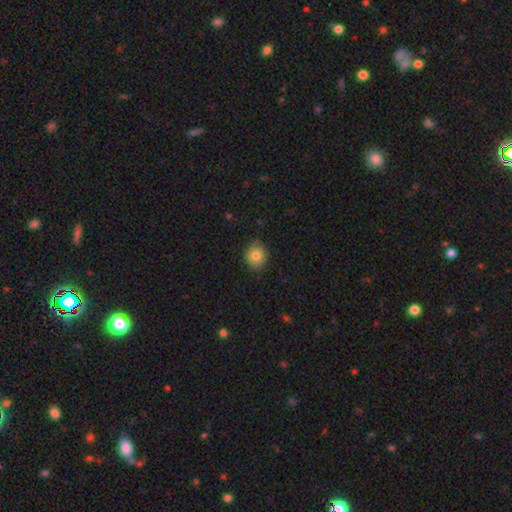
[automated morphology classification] Smooth or featured? Predicted: smooth (p=0.80). How rounded? Predicted: round (p=0.67). Merging? Predicted: none (p=0.86).